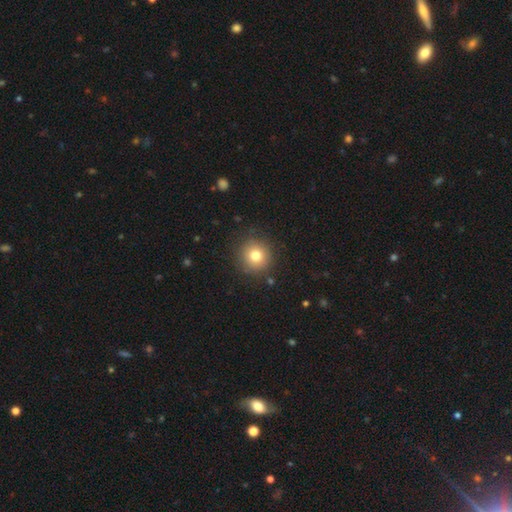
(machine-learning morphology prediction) A smooth galaxy with no disk features (79%) that is round (94%). Merging: none (88%).